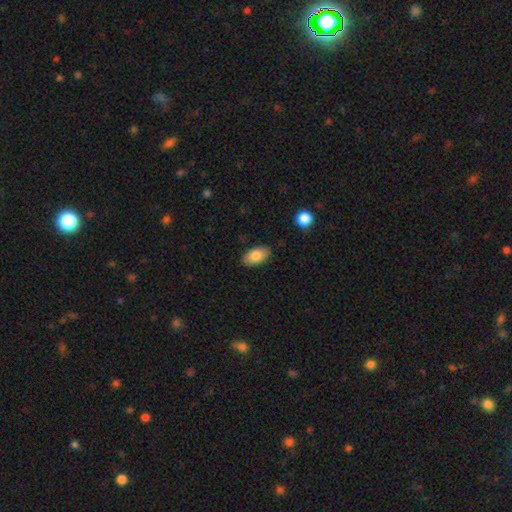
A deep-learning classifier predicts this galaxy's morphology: This is clearly a smooth galaxy (83%). How rounded: clearly in between (94%). Merging: clearly none (85%).